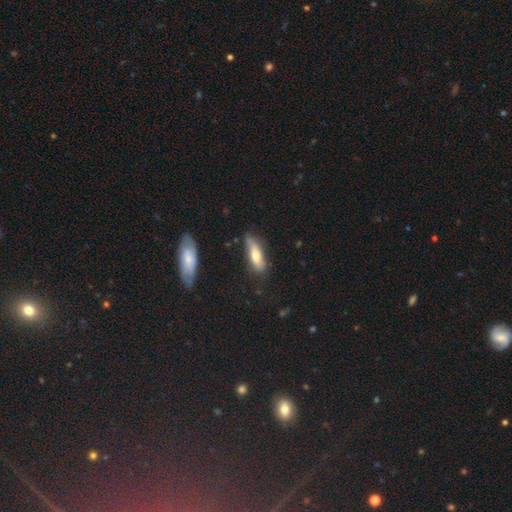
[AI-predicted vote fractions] This is likely a smooth galaxy (65%). How rounded: possibly in between (51%). Merging: likely none (63%).